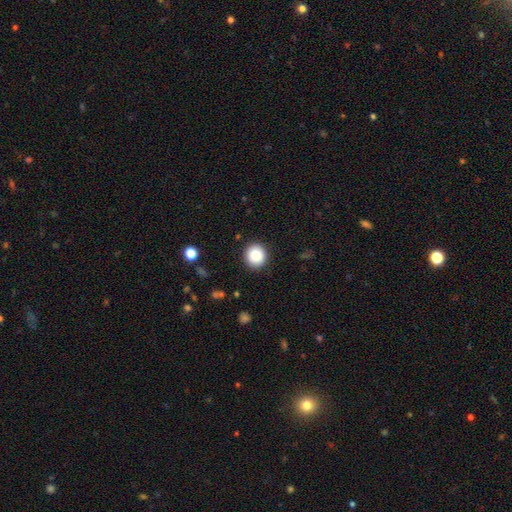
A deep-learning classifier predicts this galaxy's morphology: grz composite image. It shows a smooth galaxy with no disk features (87%) that is round (89%). Merging: none (91%).